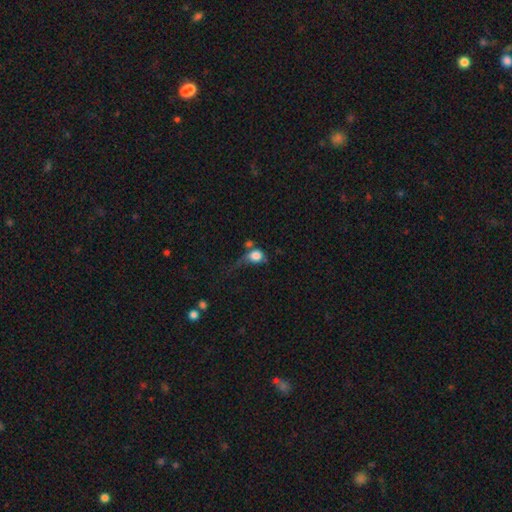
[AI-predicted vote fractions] smooth-or-featured: smooth: 76% | featured or disk: 14% | star or artifact: 10%
  how-rounded: round: 60% | in between: 38% | cigar-shaped: 2%
  merging: major disturbance: 37% | none: 25% | minor disturbance: 21% | merger: 17%